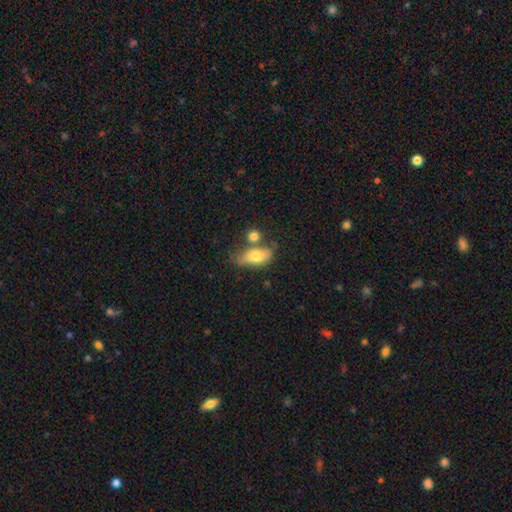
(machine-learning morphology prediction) Q: Smooth or featured?
A: smooth (69%); runner-up: featured or disk (23%)
Q: How rounded?
A: in between (81%); runner-up: cigar-shaped (12%)
Q: Merging?
A: none (48%); runner-up: merger (24%)